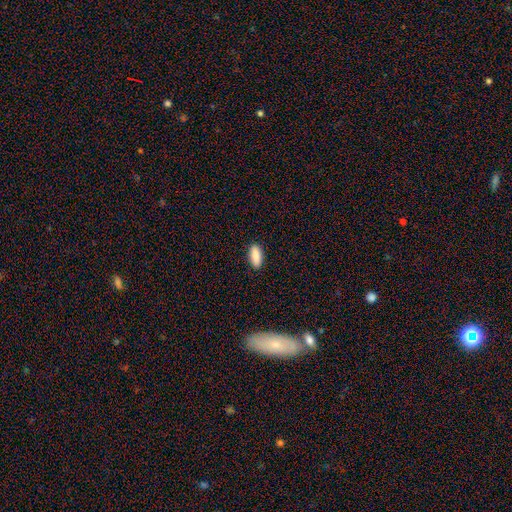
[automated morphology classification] Smooth or featured? smooth (88%)
How rounded? in between (83%)
Merging? none (89%)